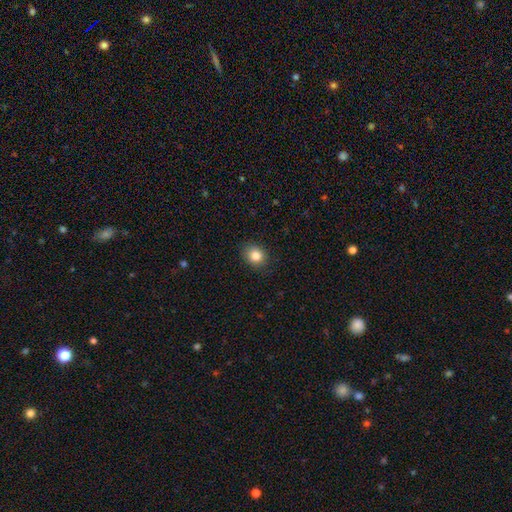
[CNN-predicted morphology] Q: Smooth or featured?
A: smooth (84%); runner-up: star or artifact (10%)
Q: How rounded?
A: round (67%); runner-up: in between (33%)
Q: Merging?
A: none (87%); runner-up: minor disturbance (9%)